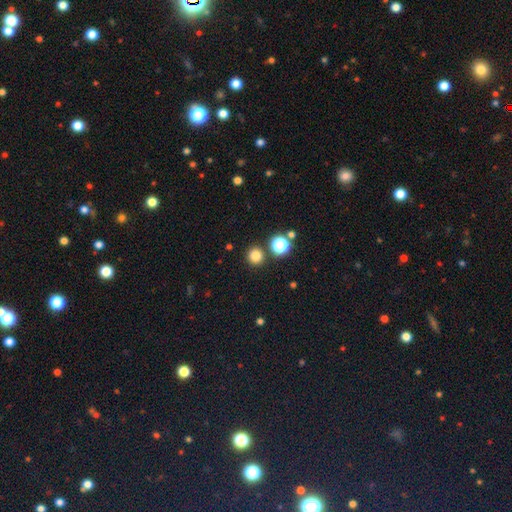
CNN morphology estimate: Smooth or featured?
  - smooth: 81% *
  - star or artifact: 15%
  - featured or disk: 4%
How rounded?
  - round: 94% *
  - in between: 5%
  - cigar-shaped: 1%
Merging?
  - none: 86% *
  - minor disturbance: 6%
  - merger: 5%
  - major disturbance: 2%